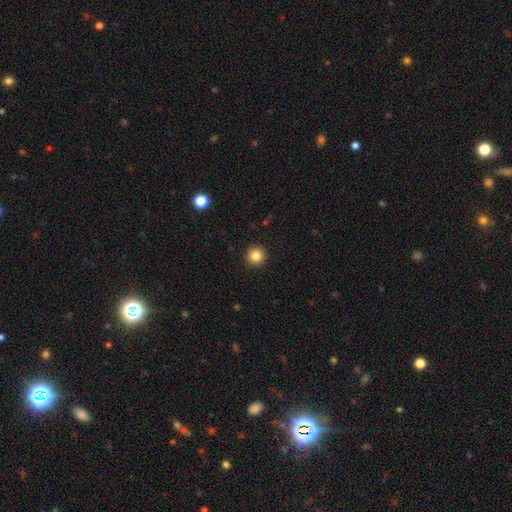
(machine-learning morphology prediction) This appears to be a smooth galaxy with no disk features (85%) that is round (95%). Merging: none (93%).